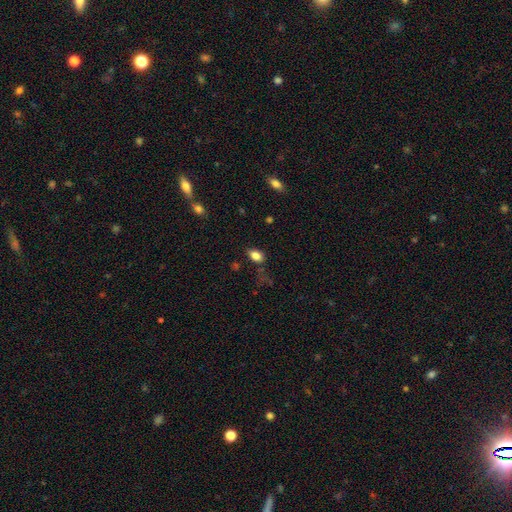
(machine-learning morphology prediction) A smooth galaxy with no disk features (83%) that is in between round and cigar-shaped (88%). Merging: none (76%).